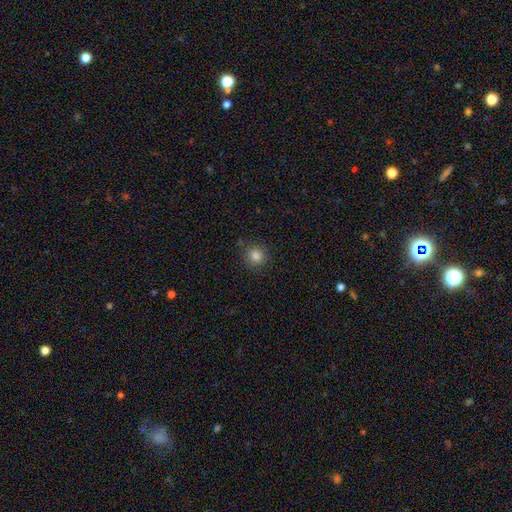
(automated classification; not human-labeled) Smooth or featured?
  - smooth: 83% *
  - star or artifact: 12%
  - featured or disk: 5%
How rounded?
  - round: 90% *
  - in between: 9%
  - cigar-shaped: 1%
Merging?
  - none: 86% *
  - minor disturbance: 10%
  - major disturbance: 3%
  - merger: 2%